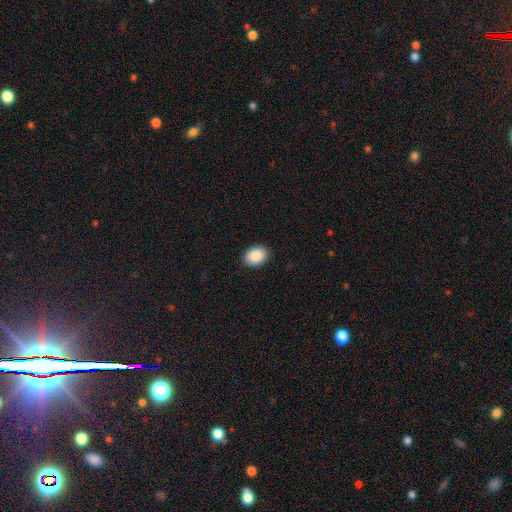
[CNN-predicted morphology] A smooth galaxy with no disk features (89%) that is in between round and cigar-shaped (71%).

Vote fractions:
- Smooth or featured? smooth: 89% / star or artifact: 7% / featured or disk: 4%
- How rounded? in between: 71% / round: 28% / cigar-shaped: 1%
- Merging? none: 90% / minor disturbance: 7% / major disturbance: 2% / merger: 1%